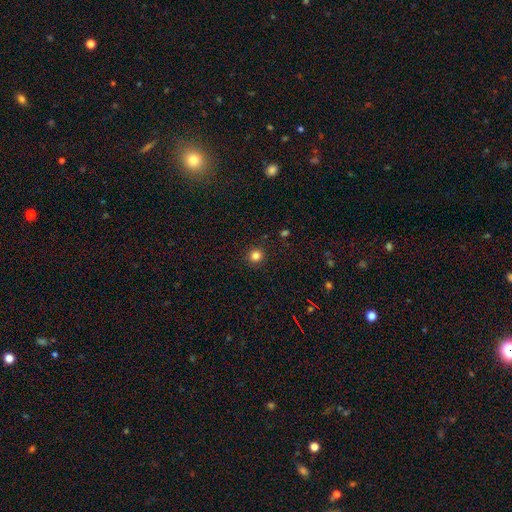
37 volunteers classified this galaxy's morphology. smooth_or_featured: smooth (p=0.89) [alt: featured or disk p=0.05]
how_rounded: round (p=0.97) [alt: in between p=0.03]
merging: none (p=0.91) [alt: minor disturbance p=0.03]